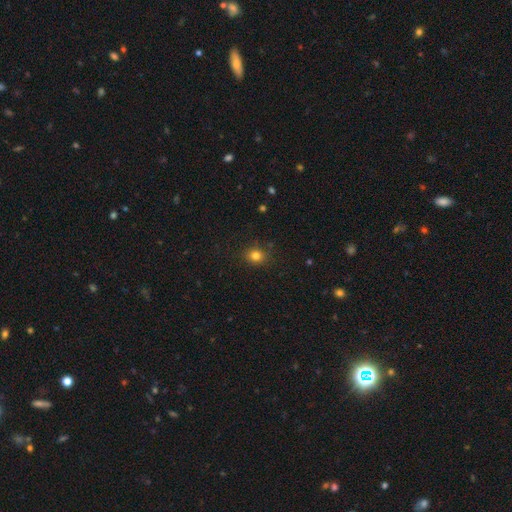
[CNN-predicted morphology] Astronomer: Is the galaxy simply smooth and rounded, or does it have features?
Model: smooth — 80%.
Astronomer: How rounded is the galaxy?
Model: round — 70%.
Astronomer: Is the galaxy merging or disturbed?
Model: none — 85%.